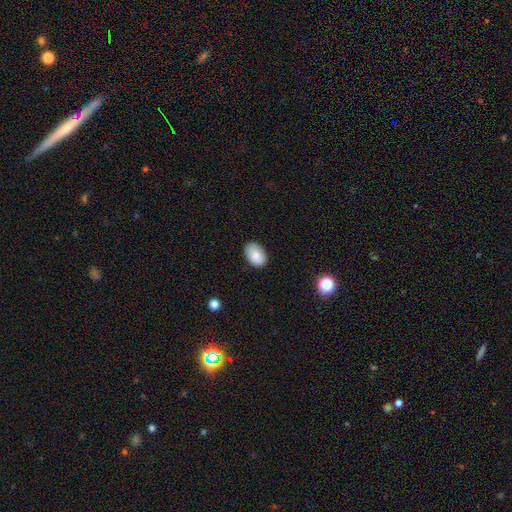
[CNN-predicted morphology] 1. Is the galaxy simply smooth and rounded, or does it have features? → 84% smooth, 9% featured or disk, 8% star or artifact.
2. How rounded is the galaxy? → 87% in between, 12% round, 1% cigar-shaped.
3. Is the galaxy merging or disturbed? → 83% none, 13% minor disturbance, 2% major disturbance, 1% merger.